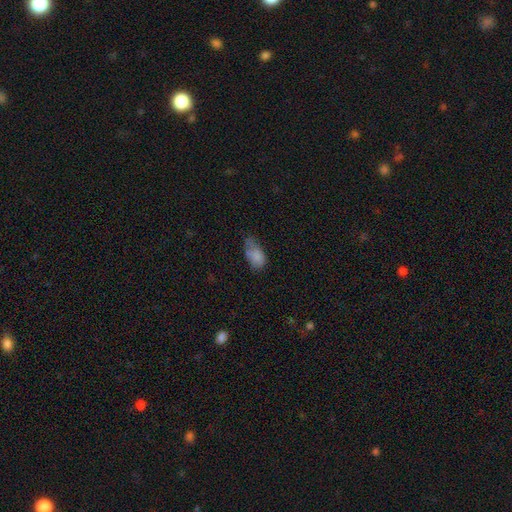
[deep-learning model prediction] This is likely a smooth galaxy (77%). How rounded: clearly in between (91%). Merging: marginally minor disturbance (39%).